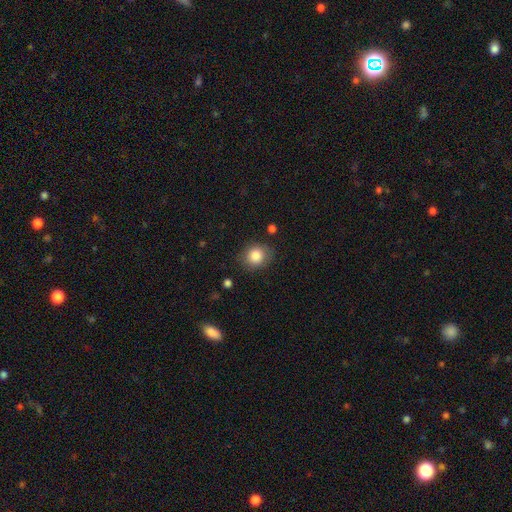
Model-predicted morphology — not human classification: Overall: smooth (84%). How rounded: round (71%). Merging: none (81%).